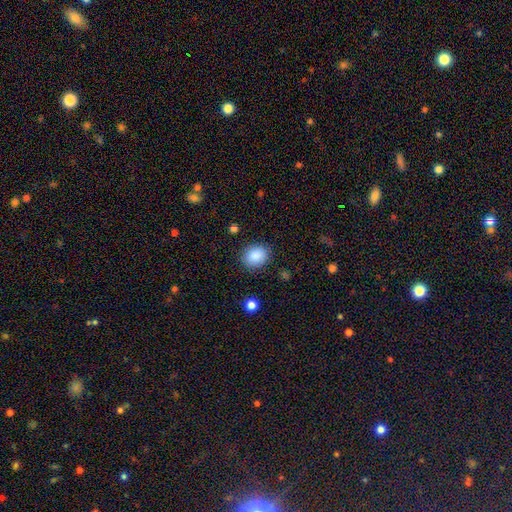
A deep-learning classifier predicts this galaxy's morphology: This is clearly a smooth galaxy (88%). How rounded: likely round (65%). Merging: clearly none (86%).